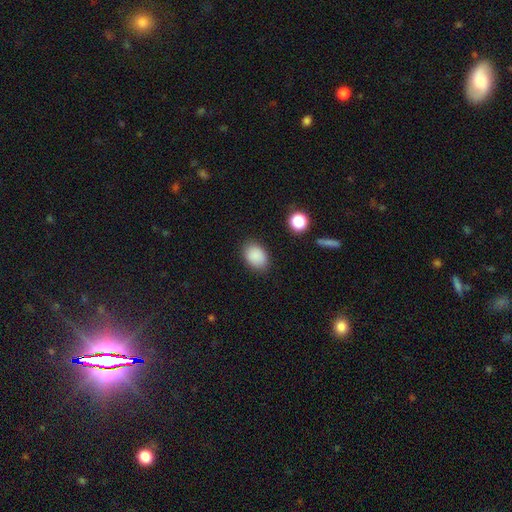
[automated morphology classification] This appears to be a smooth galaxy with no disk features (88%) that is in between round and cigar-shaped (76%). Merging: none (85%).